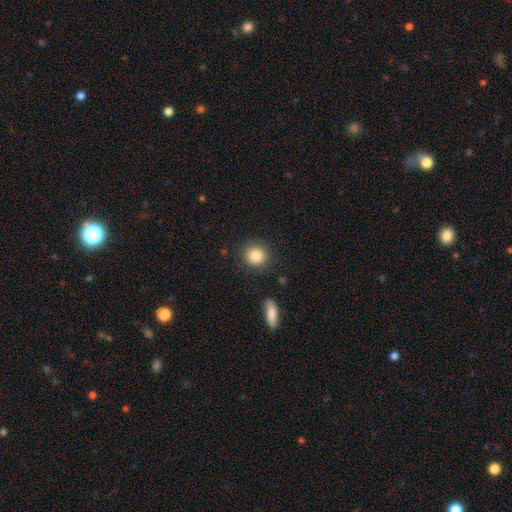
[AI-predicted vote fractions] Smooth or featured?
  - smooth: 86% *
  - star or artifact: 8%
  - featured or disk: 6%
How rounded?
  - round: 88% *
  - in between: 11%
  - cigar-shaped: 1%
Merging?
  - none: 86% *
  - minor disturbance: 9%
  - major disturbance: 3%
  - merger: 2%